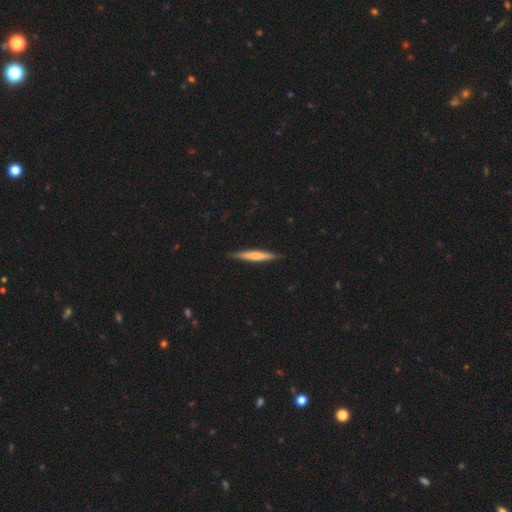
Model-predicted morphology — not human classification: smooth_or_featured: smooth (p=0.56) [alt: featured or disk p=0.38]
how_rounded: cigar-shaped (p=0.94) [alt: in between p=0.05]
merging: none (p=0.88) [alt: minor disturbance p=0.09]